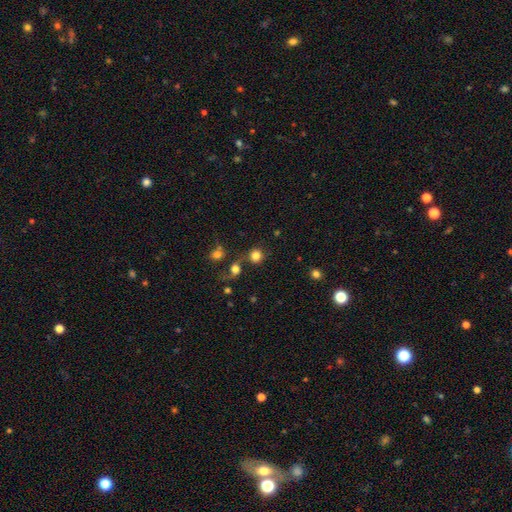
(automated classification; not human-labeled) Smooth or featured: smooth — 80% (star or artifact — 13%)
How rounded: round — 91% (in between — 8%)
Merging: none — 63% (merger — 21%)